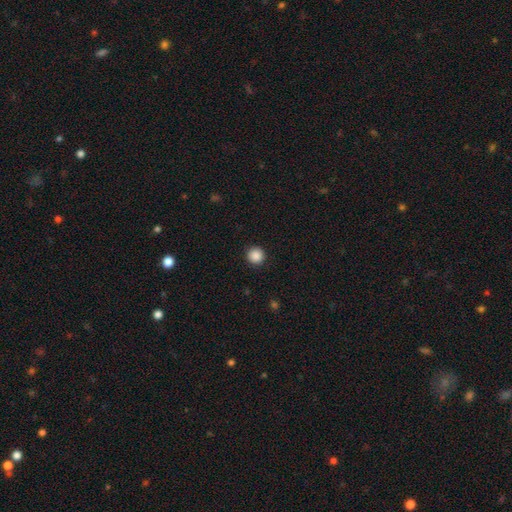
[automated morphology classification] smooth_or_featured: smooth (p=0.88) [alt: star or artifact p=0.09]
how_rounded: round (p=0.96) [alt: in between p=0.03]
merging: none (p=0.93) [alt: minor disturbance p=0.04]